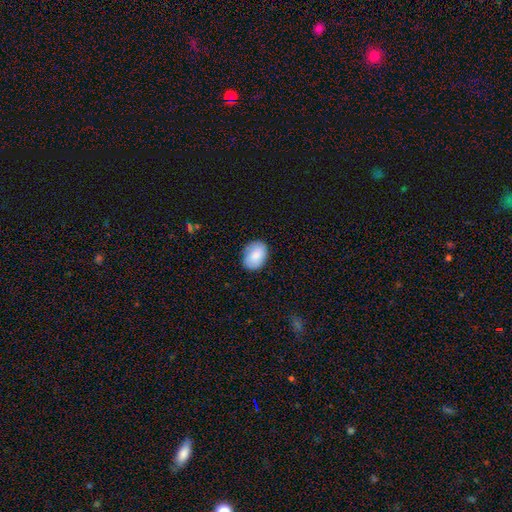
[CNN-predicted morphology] The model was most divided on "how rounded": in between: 77%, round: 22%, cigar-shaped: 1%. More confident: smooth or featured — smooth (84%); merging — none (79%).